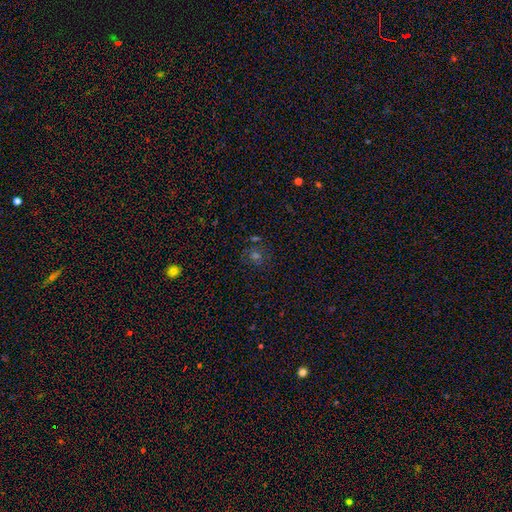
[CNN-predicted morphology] type=smooth (44%); merging=none (76%).